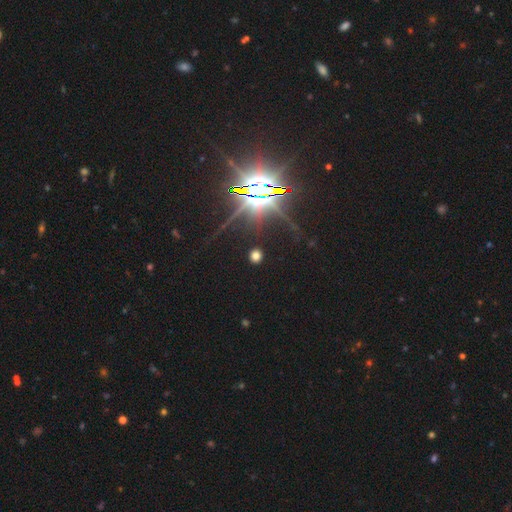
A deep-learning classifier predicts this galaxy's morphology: Smooth or featured? Predicted: smooth (p=0.59). How rounded? Predicted: round (p=0.79). Merging? Predicted: none (p=0.88).